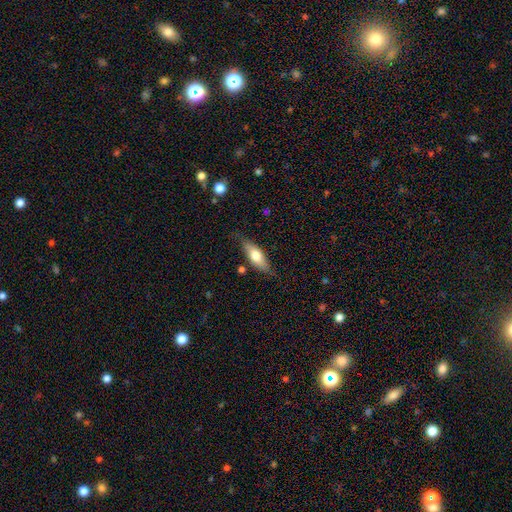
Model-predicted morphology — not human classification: The model was most divided on "how rounded": in between: 62%, cigar-shaped: 36%, round: 3%. More confident: merging — none (75%); smooth or featured — smooth (64%).